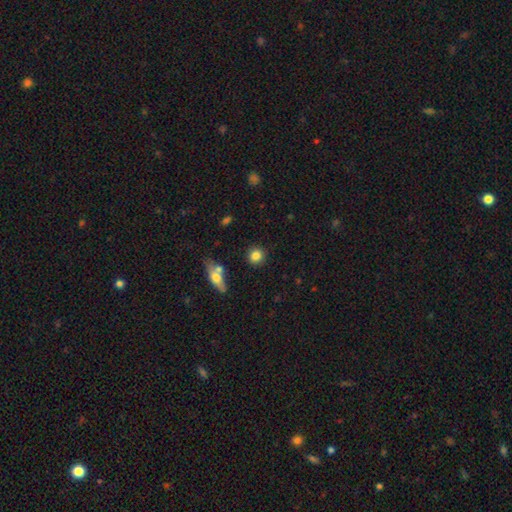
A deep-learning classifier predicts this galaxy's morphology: smooth_or_featured: smooth (p=0.83) [alt: star or artifact p=0.09]
how_rounded: round (p=0.88) [alt: in between p=0.10]
merging: none (p=0.86) [alt: minor disturbance p=0.07]